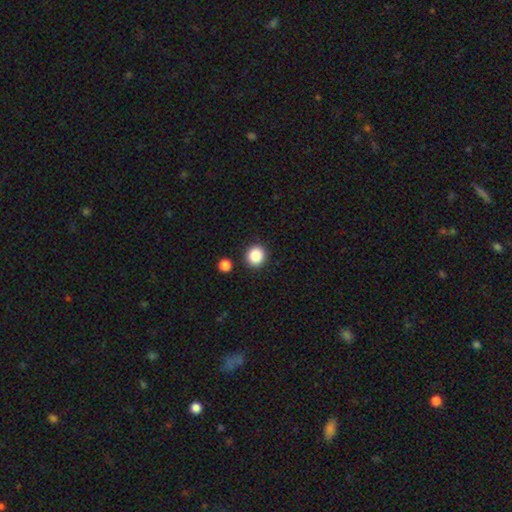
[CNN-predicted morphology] Smooth or featured?
  - smooth: 87% *
  - star or artifact: 9%
  - featured or disk: 3%
How rounded?
  - round: 90% *
  - in between: 10%
  - cigar-shaped: 1%
Merging?
  - none: 89% *
  - minor disturbance: 6%
  - merger: 3%
  - major disturbance: 2%